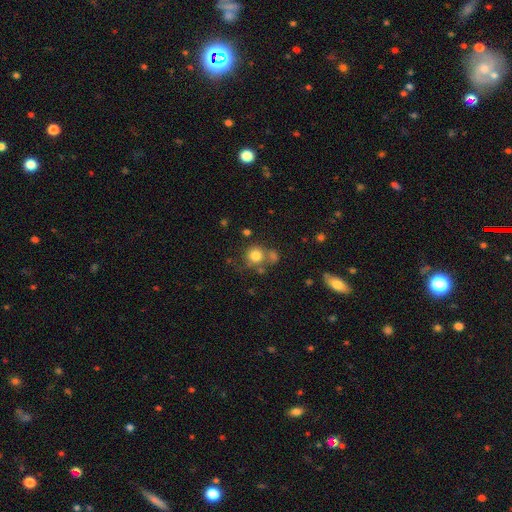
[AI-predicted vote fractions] smooth_or_featured: smooth (p=0.79) [alt: star or artifact p=0.11]
how_rounded: round (p=0.89) [alt: in between p=0.10]
merging: none (p=0.60) [alt: merger p=0.20]